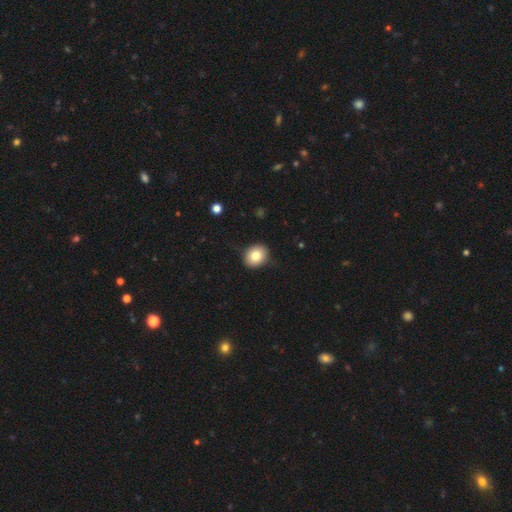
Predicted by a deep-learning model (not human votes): Overall: smooth (80%). How rounded: round (67%; in between 32%). Merging: none (85%).